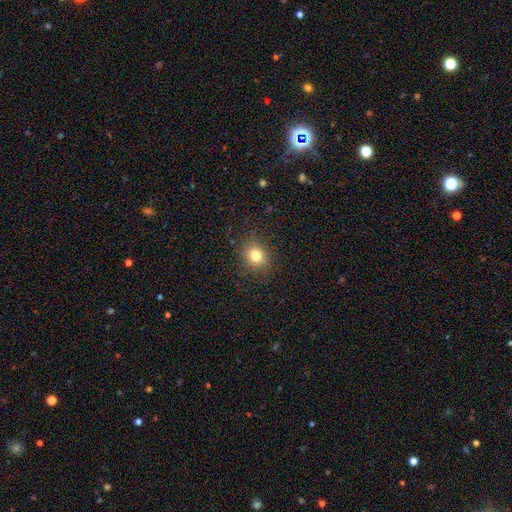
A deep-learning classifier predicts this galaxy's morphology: Smooth or featured?
  - smooth: 79% *
  - star or artifact: 13%
  - featured or disk: 8%
How rounded?
  - round: 77% *
  - in between: 22%
  - cigar-shaped: 1%
Merging?
  - none: 88% *
  - minor disturbance: 8%
  - major disturbance: 3%
  - merger: 1%